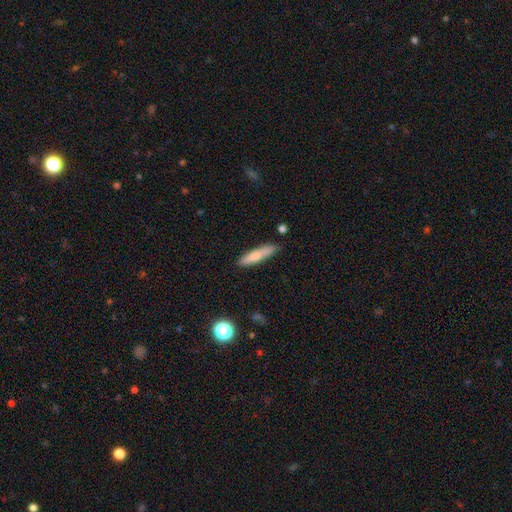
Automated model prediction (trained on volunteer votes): Overall: smooth (72%). How rounded: cigar-shaped (84%). Merging: none (82%).